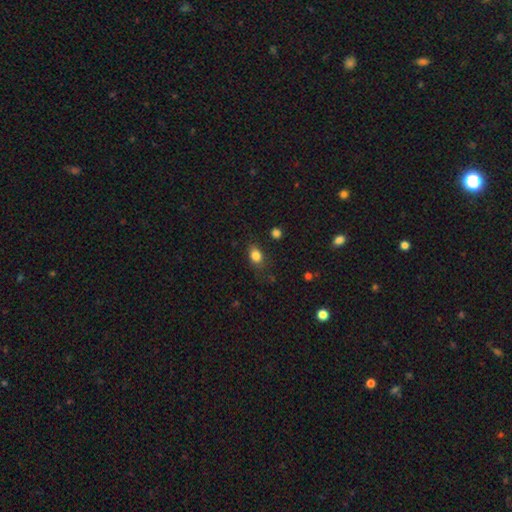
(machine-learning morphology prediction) Q: Smooth or featured?
A: smooth (83%); runner-up: star or artifact (11%)
Q: How rounded?
A: in between (70%); runner-up: round (29%)
Q: Merging?
A: none (77%); runner-up: minor disturbance (17%)